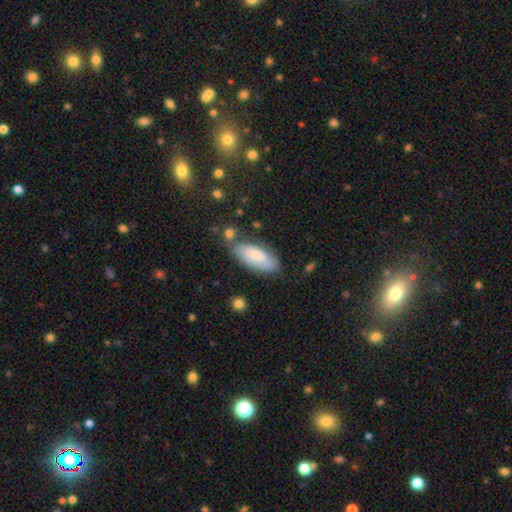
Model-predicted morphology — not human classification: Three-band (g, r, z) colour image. It shows a smooth galaxy with no disk features (59%) that is in between round and cigar-shaped (83%). Merging: none (65%).